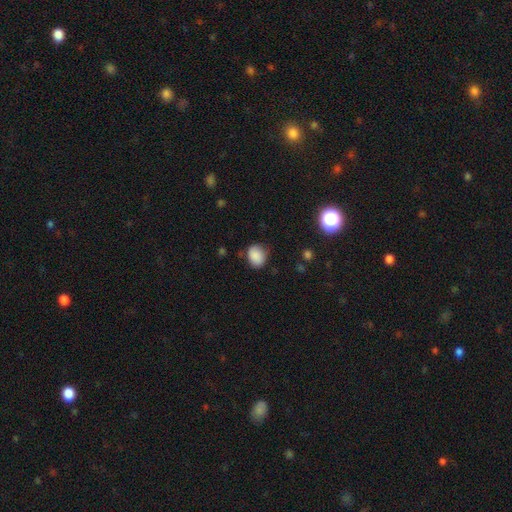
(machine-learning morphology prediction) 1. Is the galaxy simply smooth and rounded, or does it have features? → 86% smooth, 10% star or artifact, 5% featured or disk.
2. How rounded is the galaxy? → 53% round, 46% in between, 1% cigar-shaped.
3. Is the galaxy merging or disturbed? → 72% none, 21% minor disturbance, 5% major disturbance, 2% merger.